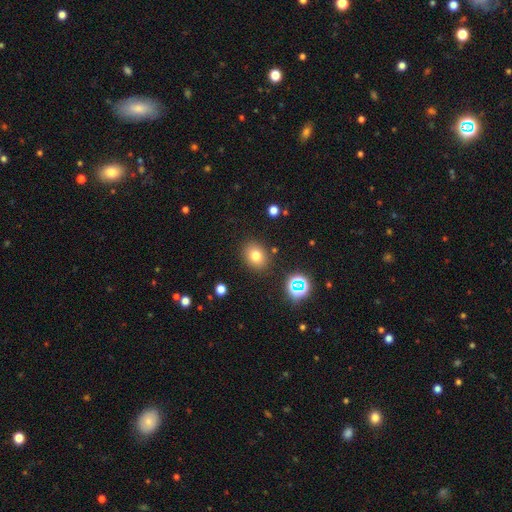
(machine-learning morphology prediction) This appears to be a smooth galaxy with no disk features (76%) that is round (56%). Merging: none (85%).